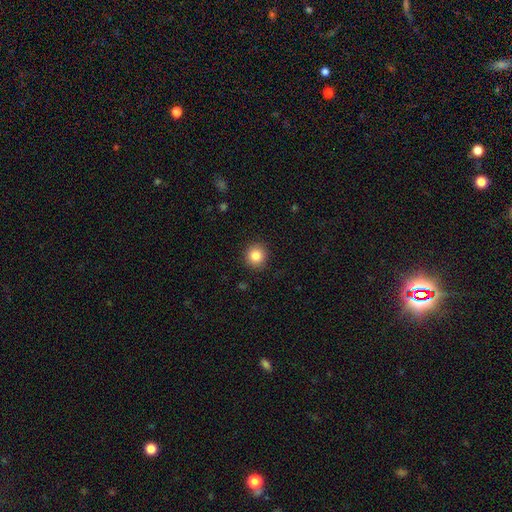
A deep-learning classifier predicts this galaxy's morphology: Smooth or featured?
  - smooth: 84% *
  - star or artifact: 10%
  - featured or disk: 6%
How rounded?
  - round: 93% *
  - in between: 6%
  - cigar-shaped: 1%
Merging?
  - none: 91% *
  - minor disturbance: 6%
  - major disturbance: 2%
  - merger: 1%